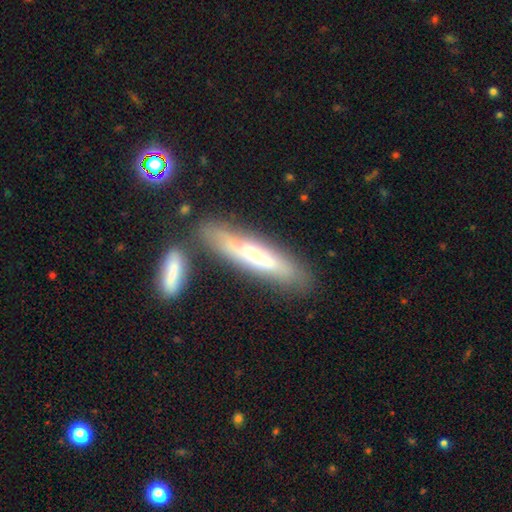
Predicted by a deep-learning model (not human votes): This is possibly a featured or disk galaxy (49%). Merging: likely none (63%).